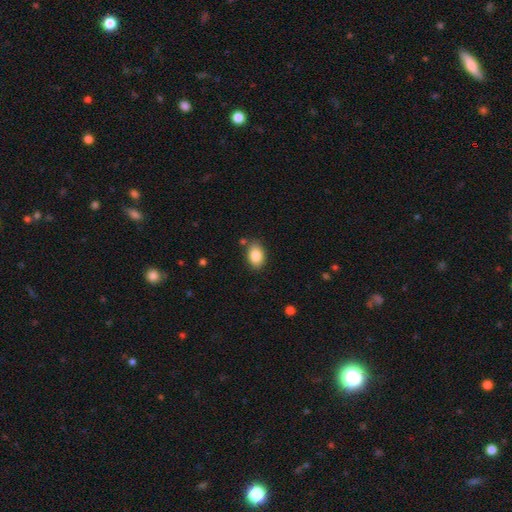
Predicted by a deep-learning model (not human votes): This is clearly a smooth galaxy (85%). How rounded: clearly in between (84%). Merging: clearly none (82%).